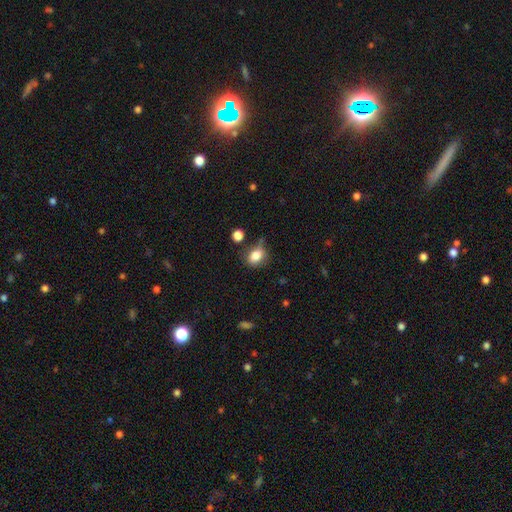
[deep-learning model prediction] Smooth or featured: smooth — 81% (star or artifact — 10%)
How rounded: in between — 62% (round — 37%)
Merging: none — 59% (minor disturbance — 26%)